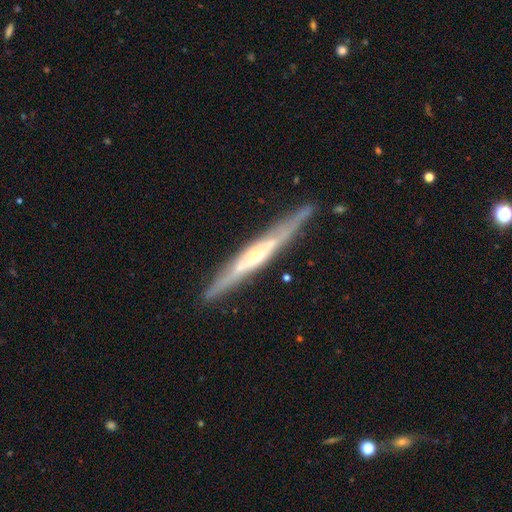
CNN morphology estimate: A featured or disk galaxy (78%) viewed edge-on (93%) with a rounded central bulge (69%). Merging: none (85%).